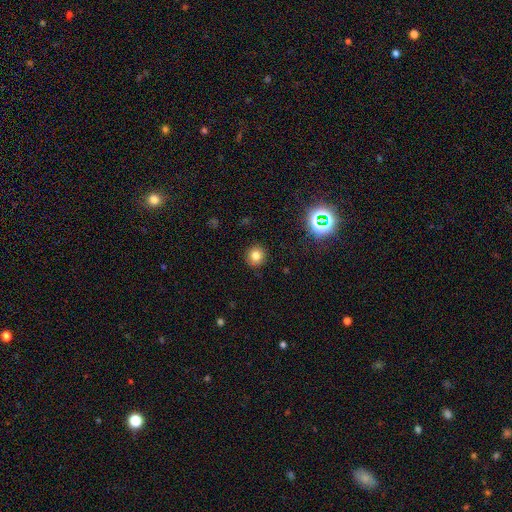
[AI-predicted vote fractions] Smooth or featured?
  - smooth: 78% *
  - star or artifact: 15%
  - featured or disk: 7%
How rounded?
  - round: 90% *
  - in between: 9%
  - cigar-shaped: 1%
Merging?
  - none: 91% *
  - minor disturbance: 6%
  - major disturbance: 2%
  - merger: 1%